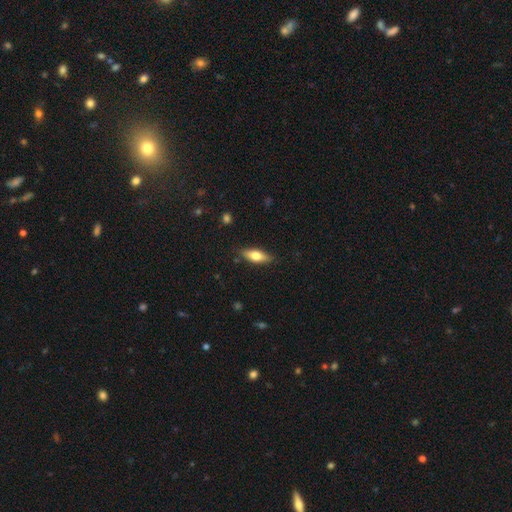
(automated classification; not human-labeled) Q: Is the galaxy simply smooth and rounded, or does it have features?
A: smooth — 66%.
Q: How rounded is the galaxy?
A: in between — 62%.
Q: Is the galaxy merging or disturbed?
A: none — 84%.